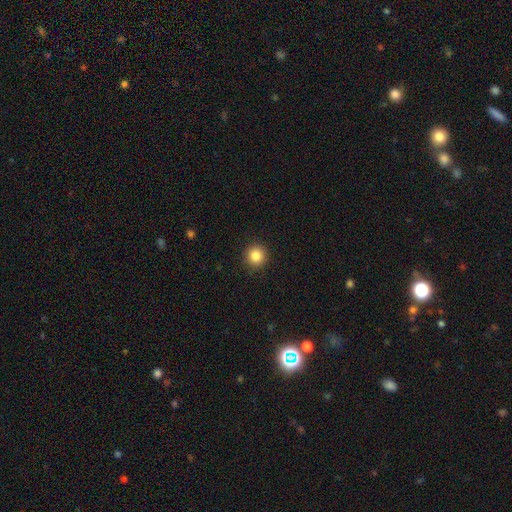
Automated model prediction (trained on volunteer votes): The model was most divided on "smooth or featured": smooth: 85%, star or artifact: 10%, featured or disk: 5%. More confident: how rounded — round (94%); merging — none (92%).